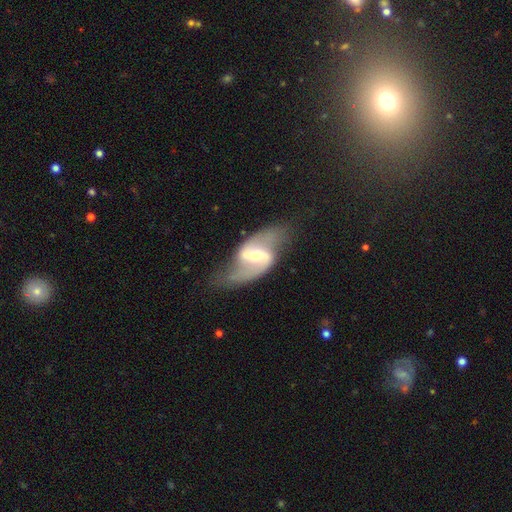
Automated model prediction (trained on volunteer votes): A featured or disk galaxy (86%) with a weak bar (45%), 2 (92%) loose (64%) spiral arms (94%) and a moderate central bulge (51%). Merging: none (65%).